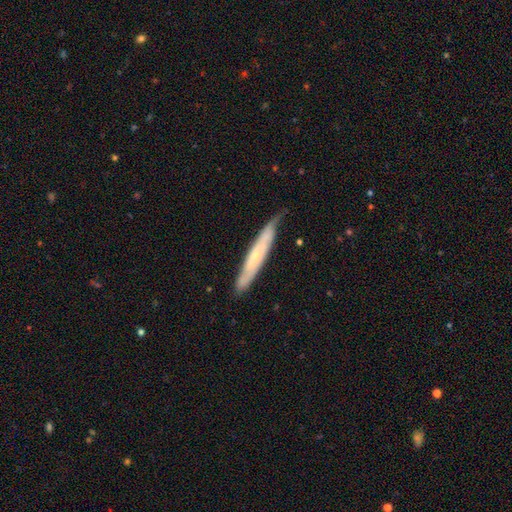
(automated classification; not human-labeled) Smooth or featured?
  - featured or disk: 59% *
  - smooth: 35%
  - star or artifact: 6%
Edge-on disk?
  - yes: 66% *
  - no: 34%
Merging?
  - none: 73% *
  - minor disturbance: 22%
  - major disturbance: 4%
  - merger: 2%